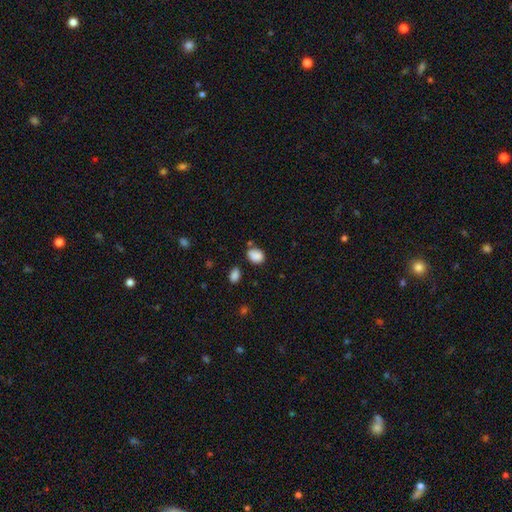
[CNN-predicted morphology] smooth 86%, star or artifact 9%, featured or disk 4%. Down the decision tree: how rounded — in between (69%); merging — none (65%).